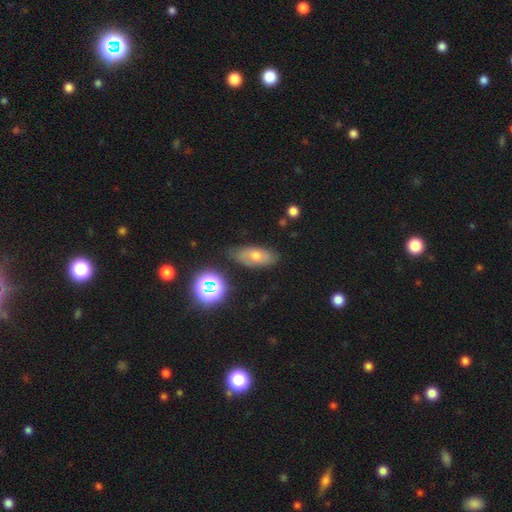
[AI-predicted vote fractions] Overall: smooth (54%; featured or disk 29%). How rounded: in between (79%). Merging: none (73%).